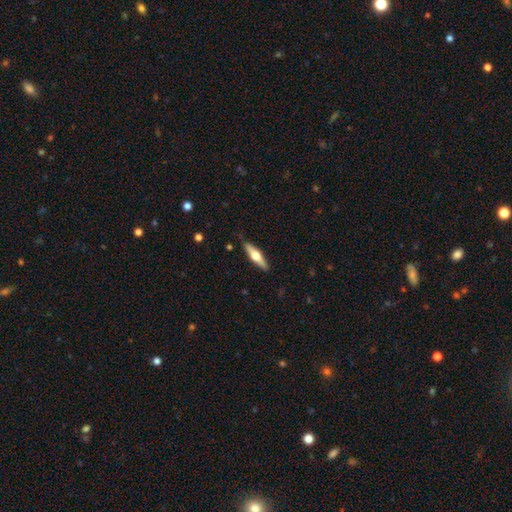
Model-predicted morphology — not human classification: Smooth or featured? featured or disk (60%)
Edge-on disk? yes (96%)
Edge-on bulge? rounded (95%)
Merging? none (89%)